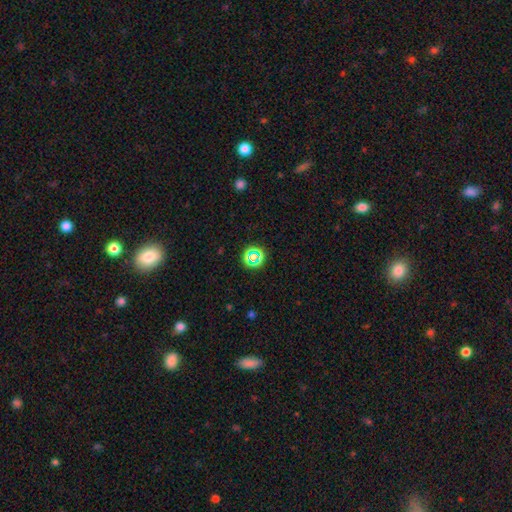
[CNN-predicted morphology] This is possibly a star or artifact rather than a galaxy (59%).